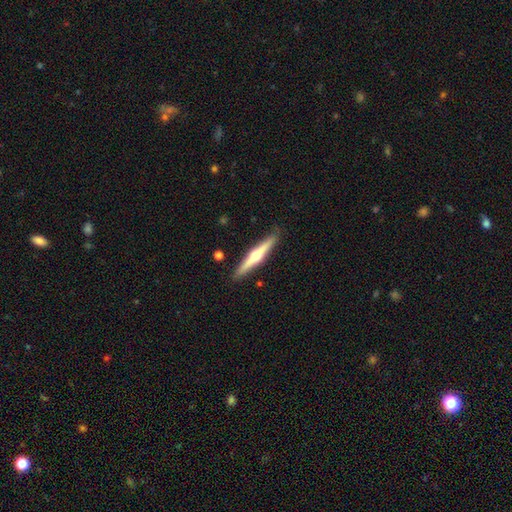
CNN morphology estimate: Smooth or featured? Predicted: featured or disk (p=0.68). Edge-on disk? Predicted: yes (p=0.98). Edge-on bulge? Predicted: rounded (p=0.93). Merging? Predicted: none (p=0.90).